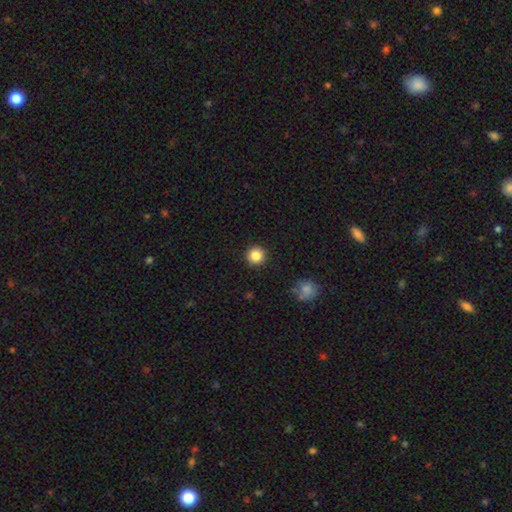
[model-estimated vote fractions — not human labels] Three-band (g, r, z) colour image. It shows a smooth galaxy with no disk features (85%) that is round (96%). Merging: none (92%).